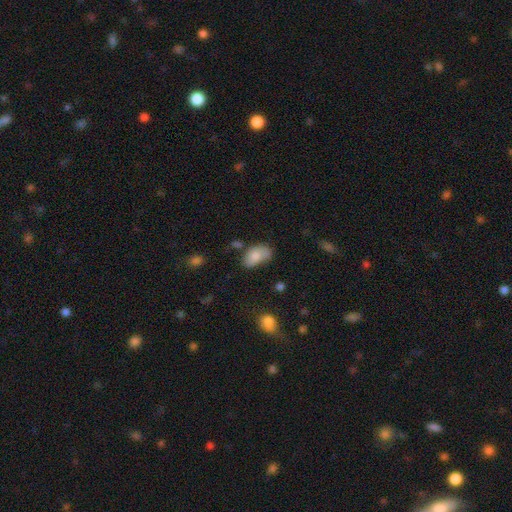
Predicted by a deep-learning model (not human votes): A smooth galaxy with no disk features (74%) that is in between round and cigar-shaped (90%). Merging: none (41%).